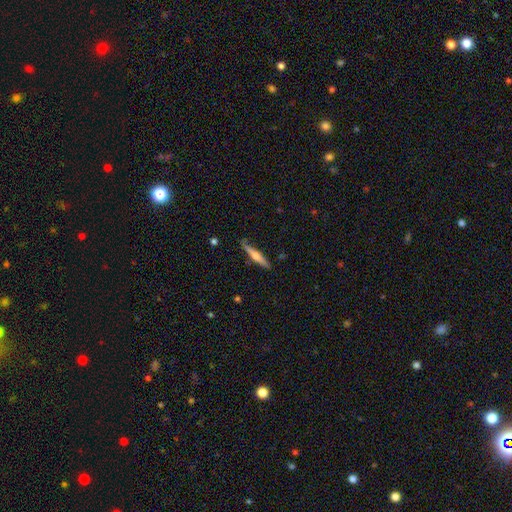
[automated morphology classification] smooth-or-featured: featured or disk: 56% | smooth: 38% | star or artifact: 6%
  disk-edge-on: yes: 97% | no: 3%
    edge-on-bulge: rounded: 83% | none: 9% | boxy: 7%
  merging: none: 86% | minor disturbance: 10% | major disturbance: 2% | merger: 2%